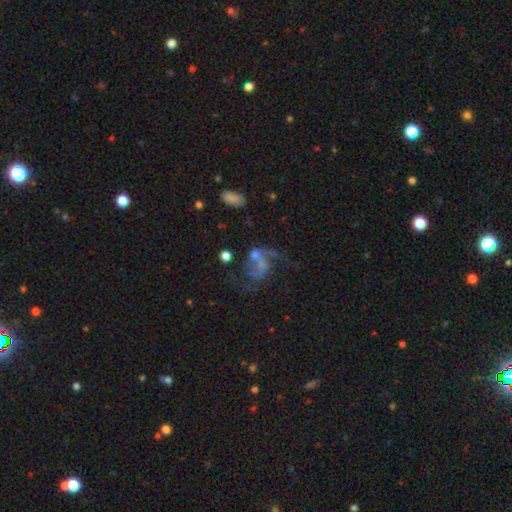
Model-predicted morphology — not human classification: type=featured or disk (64%); edge-on=no (98%); bar=no (64%); spiral arms=yes (70%); bulge=none (44%); merging=major disturbance (36%).